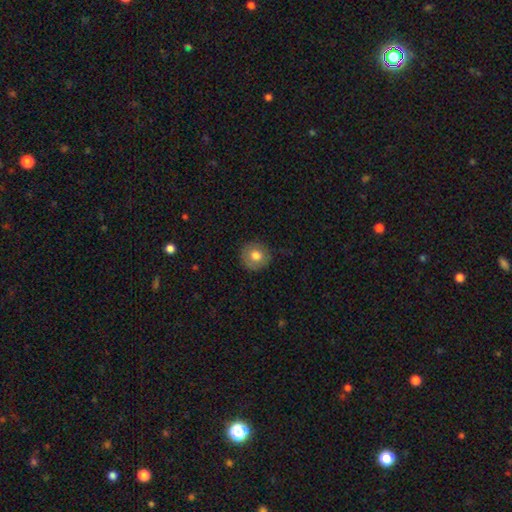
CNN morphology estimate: Q: Smooth or featured?
A: smooth (76%); runner-up: featured or disk (15%)
Q: How rounded?
A: round (91%); runner-up: in between (8%)
Q: Merging?
A: none (78%); runner-up: minor disturbance (16%)